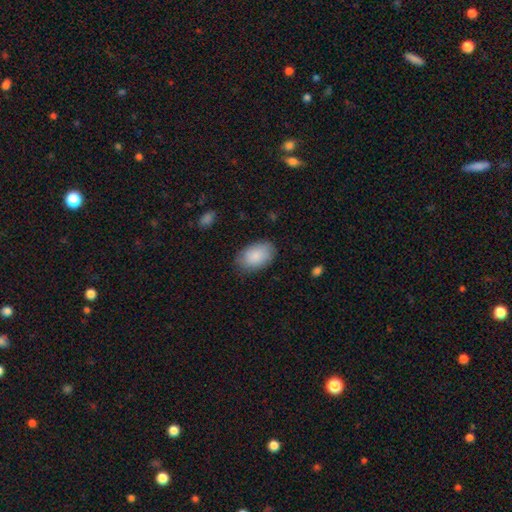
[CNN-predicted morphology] Smooth or featured?
  - smooth: 87% *
  - featured or disk: 7%
  - star or artifact: 6%
How rounded?
  - in between: 91% *
  - round: 8%
  - cigar-shaped: 1%
Merging?
  - none: 81% *
  - minor disturbance: 14%
  - major disturbance: 3%
  - merger: 1%